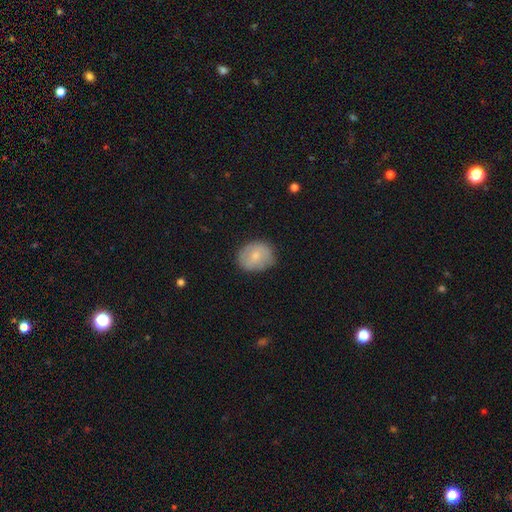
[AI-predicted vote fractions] A smooth galaxy with no disk features (72%) that is round (62%).

Vote fractions:
- Smooth or featured? smooth: 72% / featured or disk: 21% / star or artifact: 7%
- How rounded? round: 62% / in between: 37% / cigar-shaped: 1%
- Merging? none: 80% / minor disturbance: 15% / major disturbance: 4% / merger: 1%